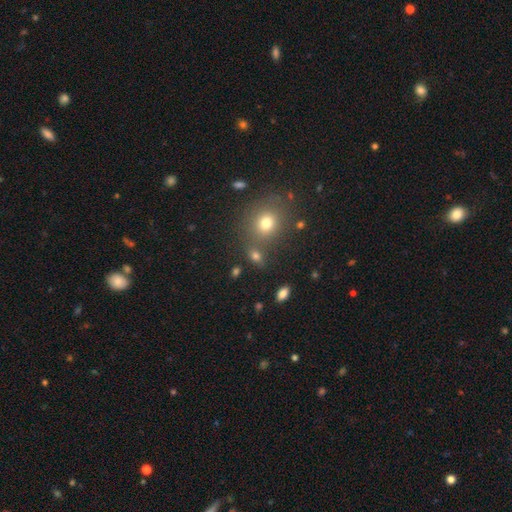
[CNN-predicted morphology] Overall: smooth (73%). How rounded: in between (55%; round 42%). Merging: none (67%).